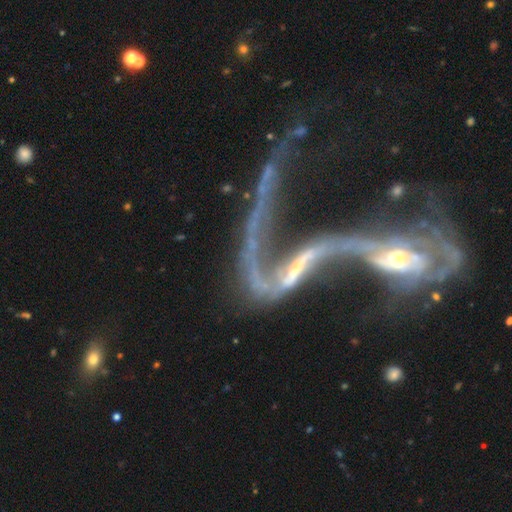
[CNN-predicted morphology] Overall: featured or disk (81%). Edge-on disk: no (89%). Bar: no (37%; strong 34%). Spiral arms: yes (70%). Spiral arm count: 2 (63%; 1 23%). Spiral winding: loose (89%). Bulge size: small (42%; none 30%). Merging: merger (58%; major disturbance 25%).